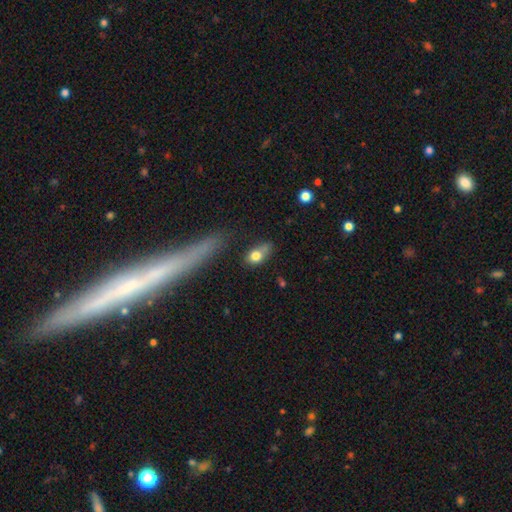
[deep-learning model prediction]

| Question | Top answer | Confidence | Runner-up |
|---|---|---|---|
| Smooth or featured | smooth | 75% | featured or disk (16%) |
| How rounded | in between | 77% | round (17%) |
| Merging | none | 46% | minor disturbance (30%) |